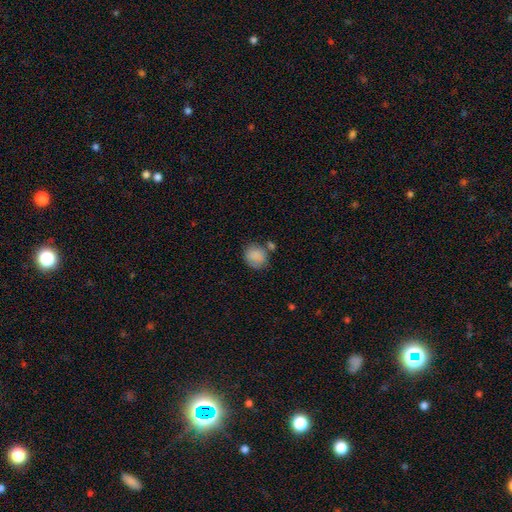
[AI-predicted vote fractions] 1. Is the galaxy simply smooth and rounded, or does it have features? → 85% smooth, 8% star or artifact, 7% featured or disk.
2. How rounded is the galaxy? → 68% round, 31% in between, 1% cigar-shaped.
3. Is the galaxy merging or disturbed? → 60% none, 20% minor disturbance, 13% merger, 7% major disturbance.